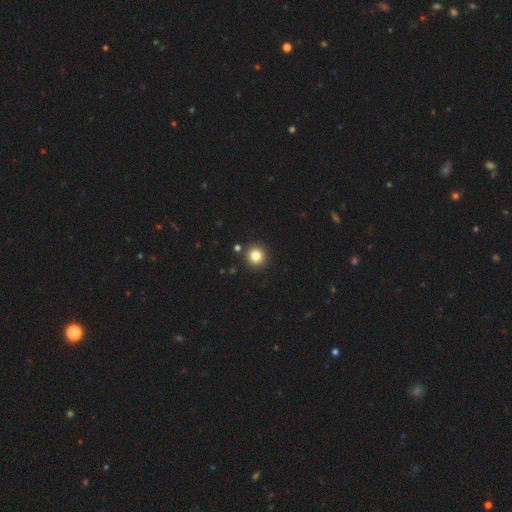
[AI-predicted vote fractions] A smooth galaxy with no disk features (82%) that is round (94%). Merging: none (90%).